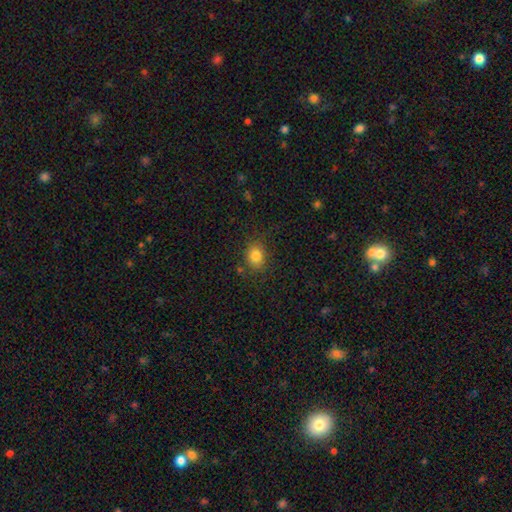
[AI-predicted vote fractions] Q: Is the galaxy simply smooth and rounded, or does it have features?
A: smooth — 81%.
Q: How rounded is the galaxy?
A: round — 52%.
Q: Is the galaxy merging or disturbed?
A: none — 80%.